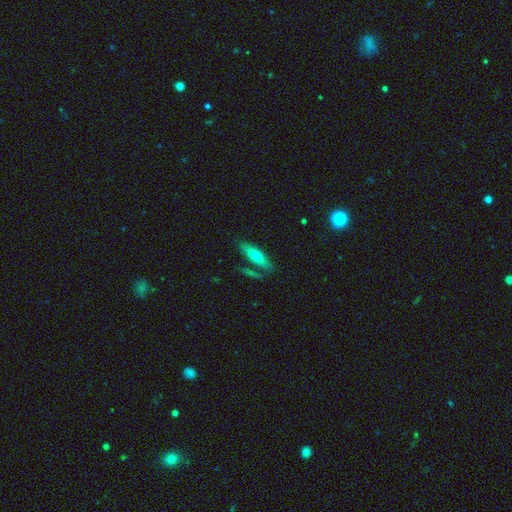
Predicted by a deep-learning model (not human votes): Smooth or featured? smooth (59%)
How rounded? cigar-shaped (62%)
Merging? none (73%)